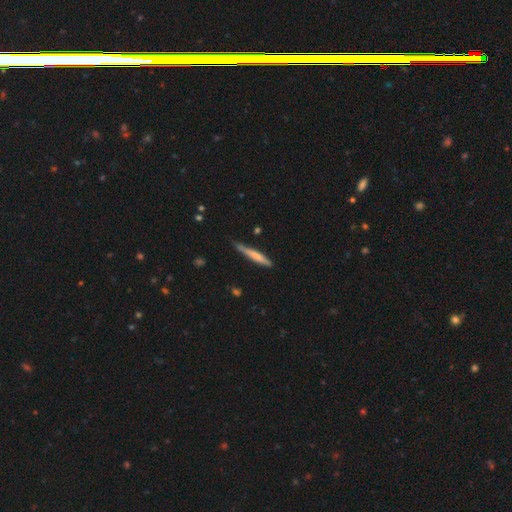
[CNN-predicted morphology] Smooth or featured? smooth (65%)
How rounded? cigar-shaped (94%)
Merging? none (64%)